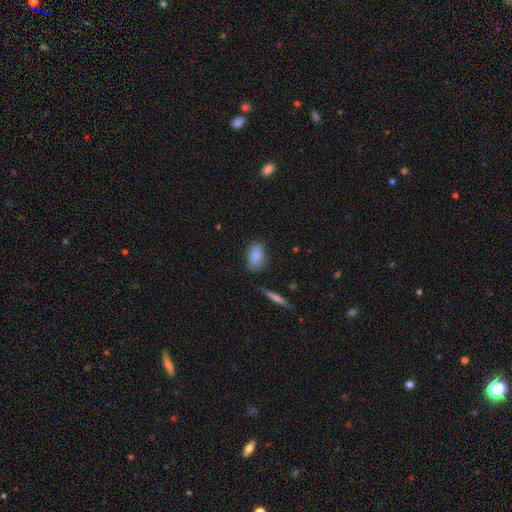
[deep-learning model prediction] smooth_or_featured: smooth (p=0.85) [alt: featured or disk p=0.08]
how_rounded: in between (p=0.88) [alt: round p=0.06]
merging: none (p=0.73) [alt: minor disturbance p=0.20]